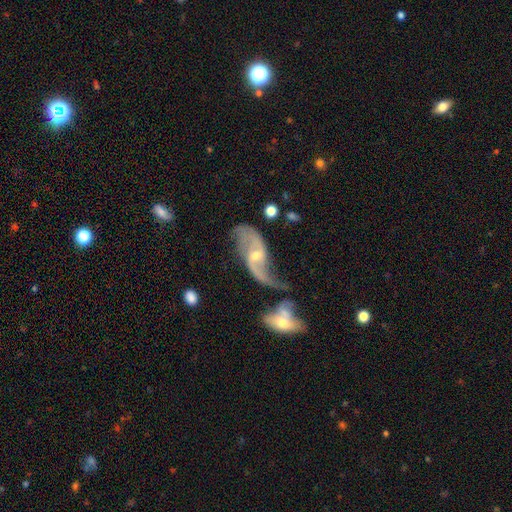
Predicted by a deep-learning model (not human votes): Morphology: type=featured or disk (86%); edge-on=no (95%); bar=weak (46%); spiral arms=yes (93%); winding=loose (76%); arm count=2 (86%); bulge=small (53%); merging=none (38%).